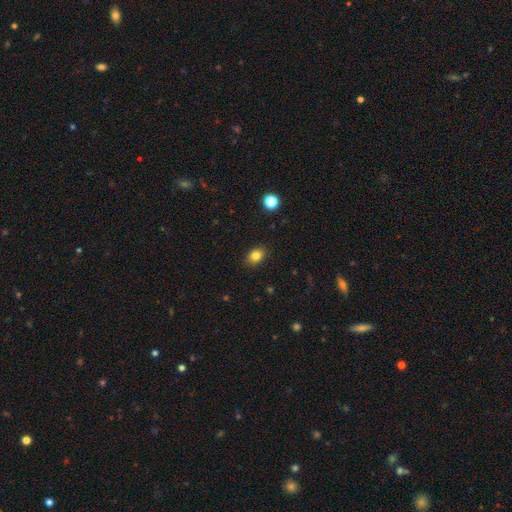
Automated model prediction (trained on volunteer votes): The model was most divided on "how rounded": in between: 62%, round: 37%, cigar-shaped: 1%. More confident: merging — none (89%); smooth or featured — smooth (82%).